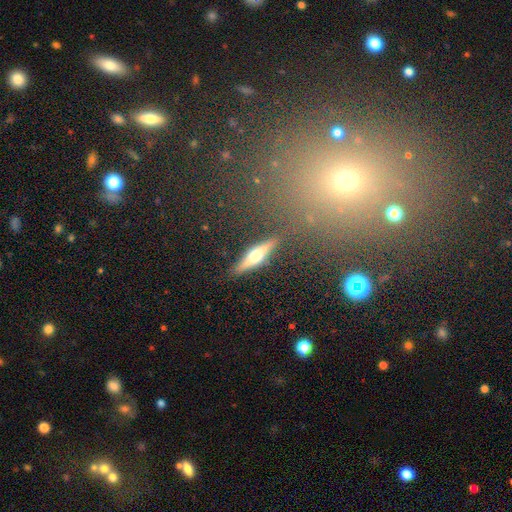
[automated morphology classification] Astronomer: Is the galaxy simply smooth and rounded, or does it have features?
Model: featured or disk — 55% (runner-up: smooth, 39%).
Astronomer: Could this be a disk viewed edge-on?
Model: yes — 93%.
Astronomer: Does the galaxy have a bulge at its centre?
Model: rounded — 92%.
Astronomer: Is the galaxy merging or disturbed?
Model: none — 86%.